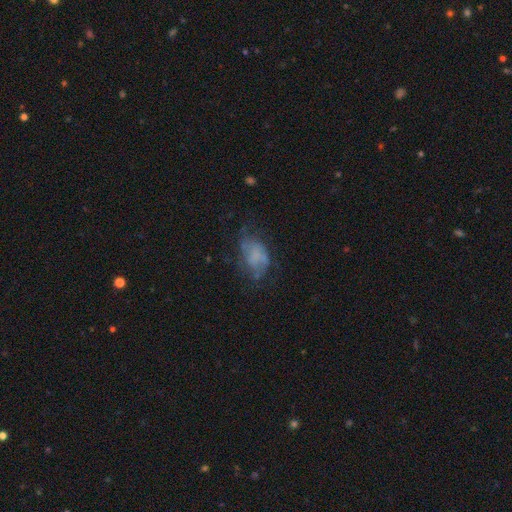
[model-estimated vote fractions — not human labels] smooth 45%, featured or disk 42%, star or artifact 13%. Down the decision tree: merging — none (46%).